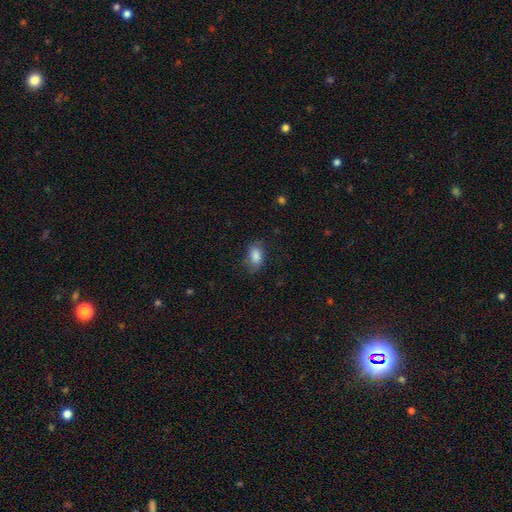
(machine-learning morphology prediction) This appears to be a smooth galaxy with no disk features (85%) that is in between round and cigar-shaped (88%). Merging: none (74%).